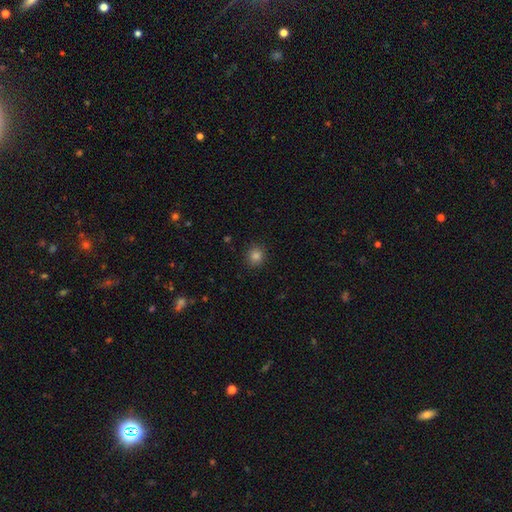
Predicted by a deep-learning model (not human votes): A smooth galaxy with no disk features (82%) that is round (88%).

Vote fractions:
- Smooth or featured? smooth: 82% / star or artifact: 14% / featured or disk: 4%
- How rounded? round: 88% / in between: 11% / cigar-shaped: 1%
- Merging? none: 91% / minor disturbance: 6% / major disturbance: 2% / merger: 1%